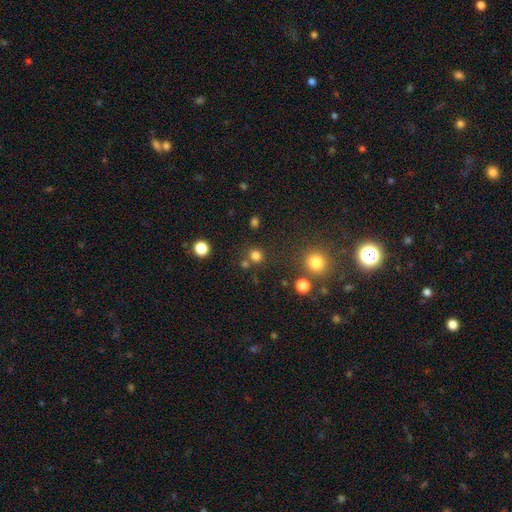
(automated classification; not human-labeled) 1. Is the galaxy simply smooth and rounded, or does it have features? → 77% smooth, 18% star or artifact, 5% featured or disk.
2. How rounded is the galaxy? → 88% round, 11% in between, 1% cigar-shaped.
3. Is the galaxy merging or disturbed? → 75% none, 12% merger, 8% minor disturbance, 4% major disturbance.